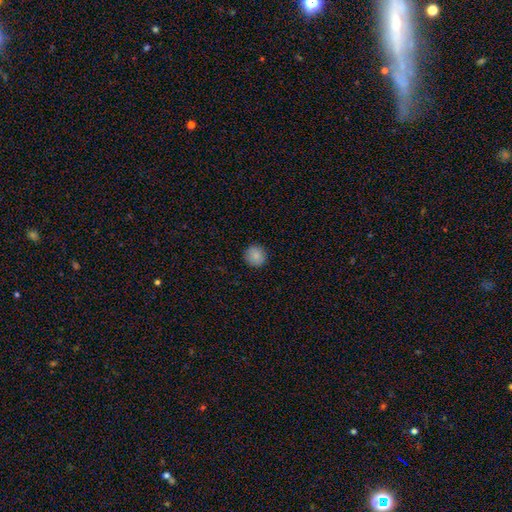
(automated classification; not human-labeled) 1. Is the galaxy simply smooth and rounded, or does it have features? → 86% smooth, 9% star or artifact, 5% featured or disk.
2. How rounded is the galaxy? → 93% round, 6% in between, 1% cigar-shaped.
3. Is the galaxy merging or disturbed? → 91% none, 6% minor disturbance, 2% major disturbance, 1% merger.